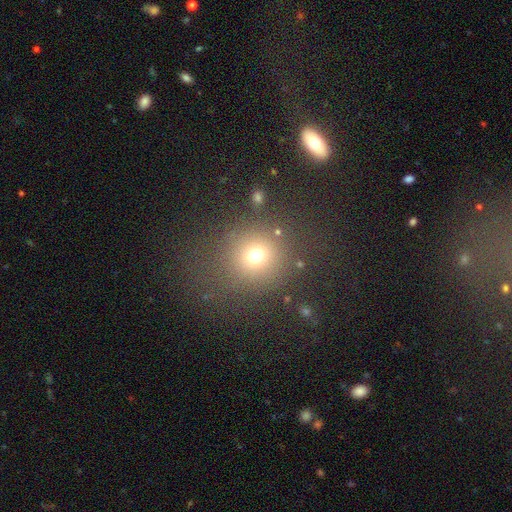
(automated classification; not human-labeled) Morphology: type=smooth (72%); roundness=round (88%); merging=none (80%).